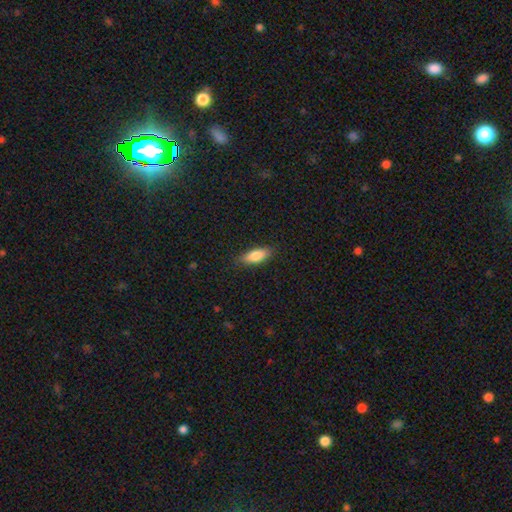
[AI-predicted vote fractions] smooth_or_featured: smooth (p=0.81) [alt: featured or disk p=0.12]
how_rounded: in between (p=0.72) [alt: cigar-shaped p=0.26]
merging: none (p=0.86) [alt: minor disturbance p=0.11]